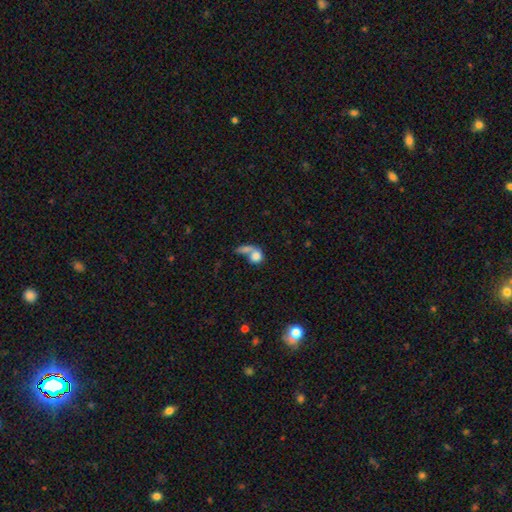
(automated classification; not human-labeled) Smooth or featured?
  - smooth: 75% *
  - featured or disk: 16%
  - star or artifact: 9%
How rounded?
  - round: 57% *
  - in between: 39%
  - cigar-shaped: 4%
Merging?
  - merger: 51% *
  - none: 25%
  - major disturbance: 15%
  - minor disturbance: 9%